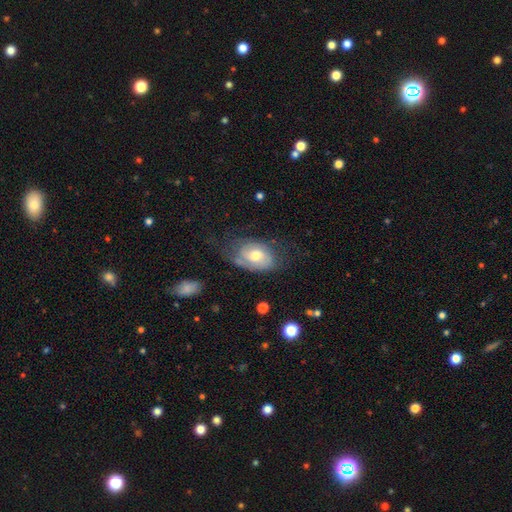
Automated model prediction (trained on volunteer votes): Morphology: type=featured or disk (58%); edge-on=no (95%); bar=no (62%); spiral arms=yes (77%); bulge=moderate (70%); merging=none (51%).